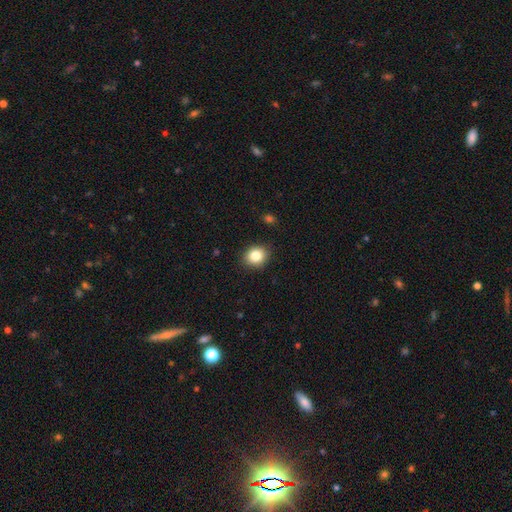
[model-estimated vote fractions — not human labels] A smooth galaxy with no disk features (84%) that is round (63%).

Vote fractions:
- Smooth or featured? smooth: 84% / star or artifact: 10% / featured or disk: 6%
- How rounded? round: 63% / in between: 36% / cigar-shaped: 1%
- Merging? none: 89% / minor disturbance: 8% / major disturbance: 2% / merger: 1%